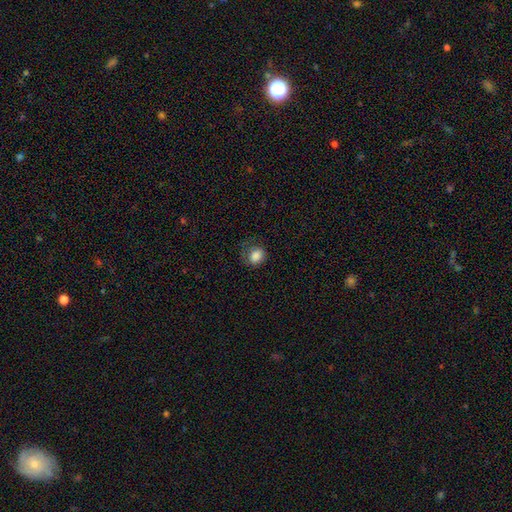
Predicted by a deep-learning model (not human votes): This appears to be a smooth galaxy with no disk features (84%) that is round (61%). Merging: none (61%).